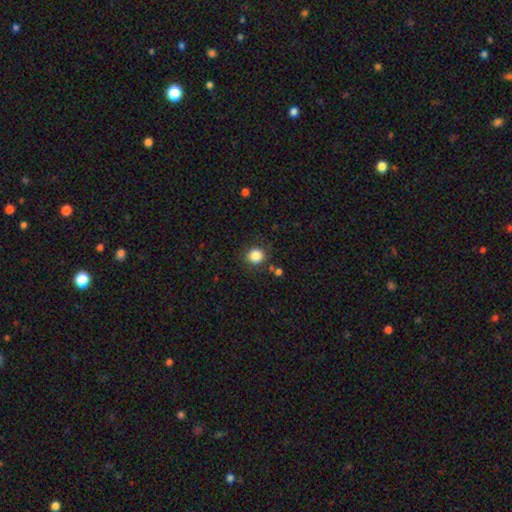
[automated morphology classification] Overall: smooth (85%). How rounded: round (90%). Merging: none (86%).